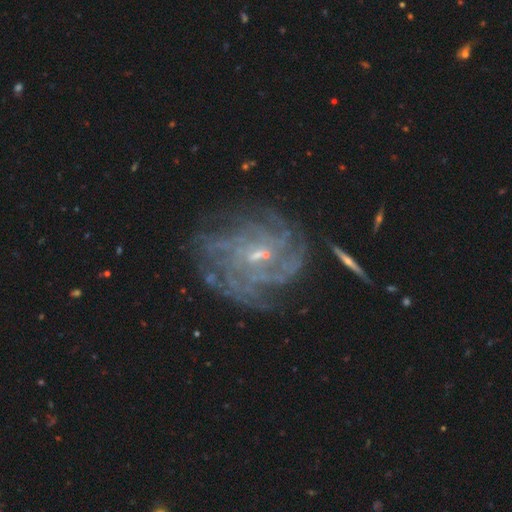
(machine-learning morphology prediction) This is clearly a featured or disk galaxy (82%). It is clearly not viewed edge-on (97%). Bar: possibly weak (52%). Spiral arm pattern: clearly yes (92%). Spiral arm count: marginally can't tell (36%). Spiral winding: likely tight (61%). Central bulge: likely small (69%). Merging: likely none (68%).